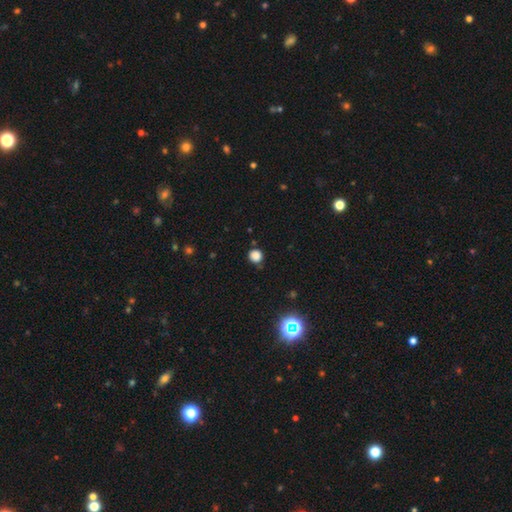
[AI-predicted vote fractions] Smooth or featured? smooth (82%)
How rounded? round (87%)
Merging? none (81%)